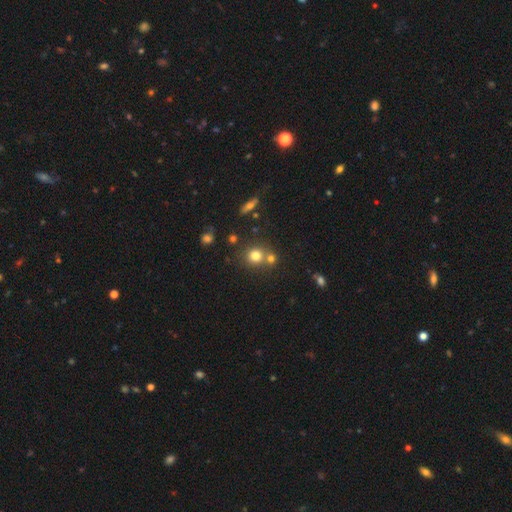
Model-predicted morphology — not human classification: The model was most divided on "merging": none: 57%, merger: 33%, minor disturbance: 8%, major disturbance: 3%. More confident: how rounded — round (84%); smooth or featured — smooth (75%).